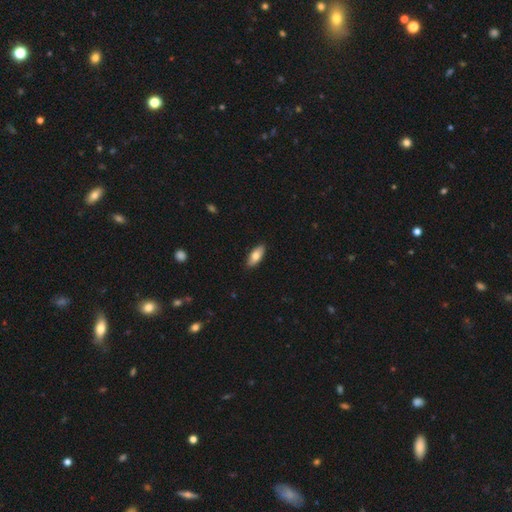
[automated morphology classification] smooth-or-featured: smooth: 78% | featured or disk: 16% | star or artifact: 6%
  how-rounded: in between: 84% | cigar-shaped: 14% | round: 2%
  merging: none: 88% | minor disturbance: 9% | major disturbance: 2% | merger: 1%